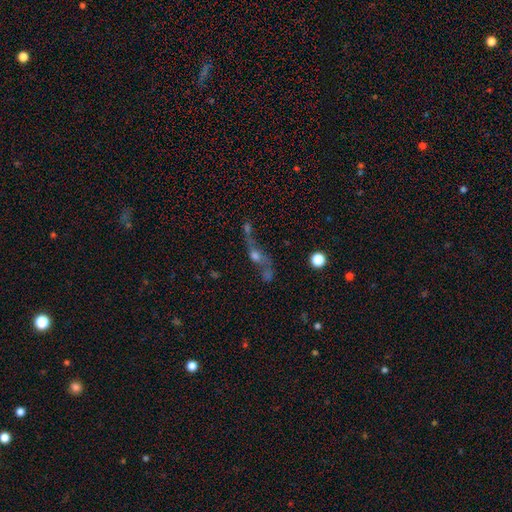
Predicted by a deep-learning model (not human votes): Q: Smooth or featured?
A: featured or disk (45%); runner-up: smooth (34%)
Q: Merging?
A: merger (40%); runner-up: none (28%)